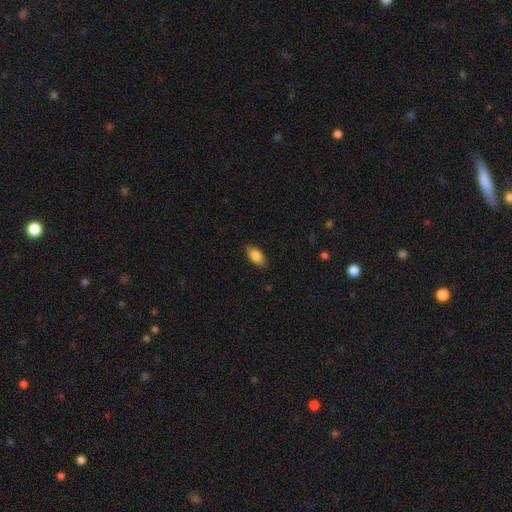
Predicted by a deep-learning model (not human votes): smooth_or_featured: smooth (p=0.84) [alt: featured or disk p=0.09]
how_rounded: in between (p=0.91) [alt: cigar-shaped p=0.05]
merging: none (p=0.86) [alt: minor disturbance p=0.11]